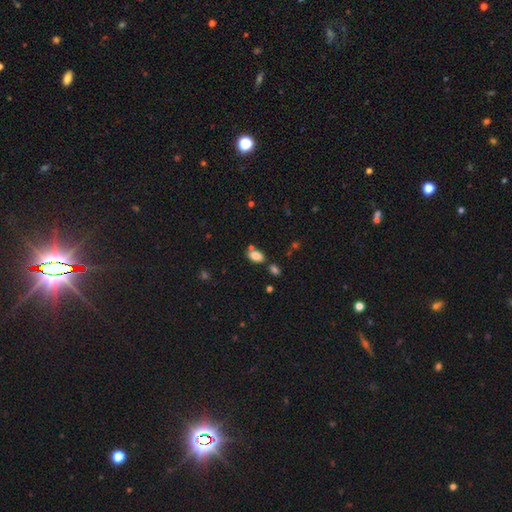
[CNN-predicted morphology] The model was most divided on "merging": none: 64%, merger: 17%, minor disturbance: 14%, major disturbance: 4%. More confident: how rounded — in between (90%); smooth or featured — smooth (84%).